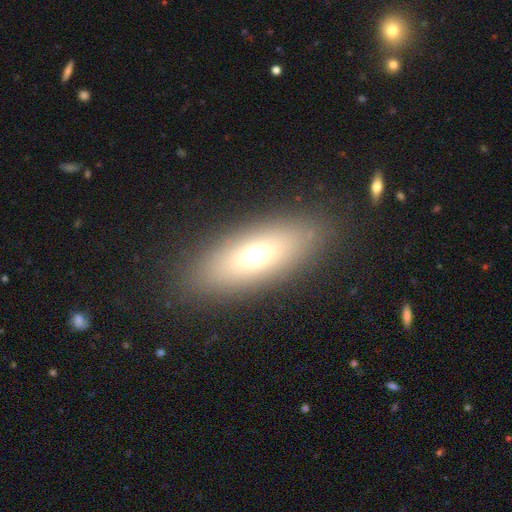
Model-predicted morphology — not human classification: smooth-or-featured: smooth: 65% | featured or disk: 25% | star or artifact: 11%
  how-rounded: in between: 68% | cigar-shaped: 28% | round: 4%
  merging: none: 86% | minor disturbance: 8% | major disturbance: 4% | merger: 1%